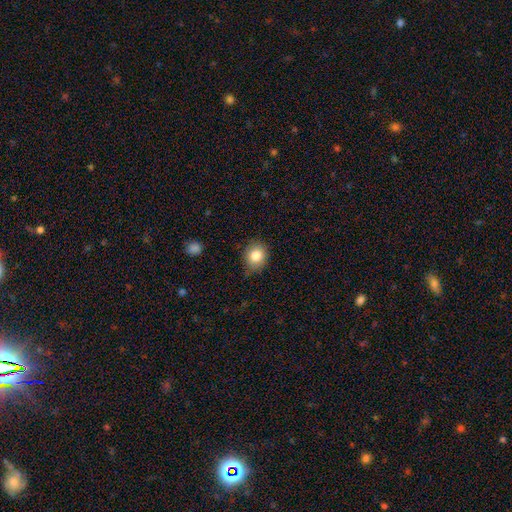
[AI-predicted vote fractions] A smooth galaxy with no disk features (84%) that is round (64%).

Vote fractions:
- Smooth or featured? smooth: 84% / star or artifact: 9% / featured or disk: 7%
- How rounded? round: 64% / in between: 35% / cigar-shaped: 1%
- Merging? none: 79% / minor disturbance: 17% / major disturbance: 3% / merger: 1%